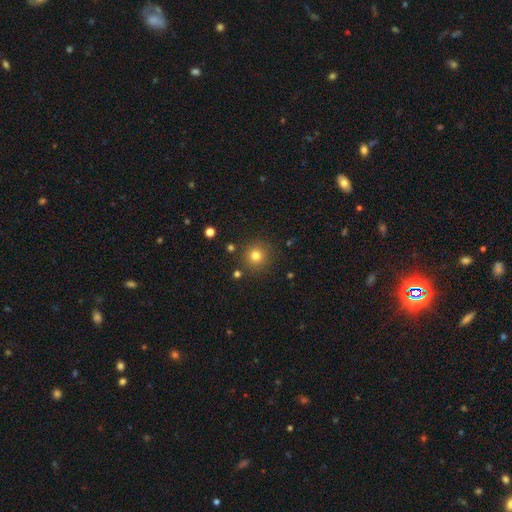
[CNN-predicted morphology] This is likely a smooth galaxy (79%). How rounded: clearly round (94%). Merging: clearly none (87%).